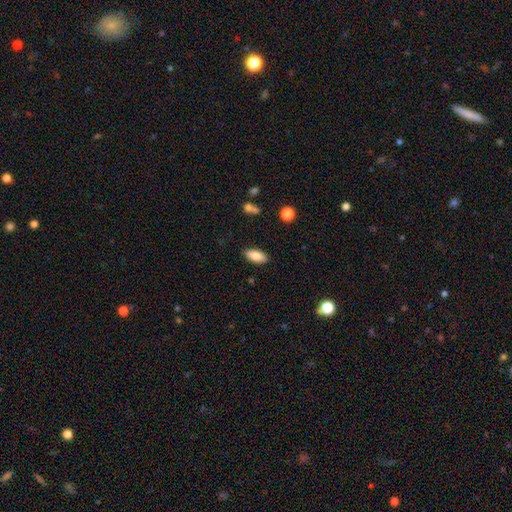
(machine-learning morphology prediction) This appears to be a smooth galaxy with no disk features (85%) that is in between round and cigar-shaped (88%). Merging: none (87%).